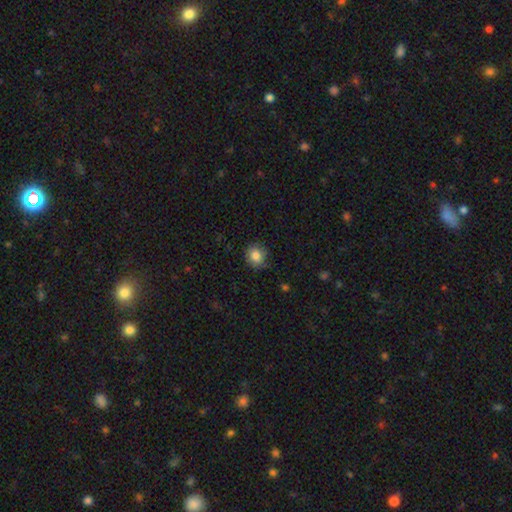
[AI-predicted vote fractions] Overall: smooth (83%). How rounded: round (80%). Merging: none (75%).